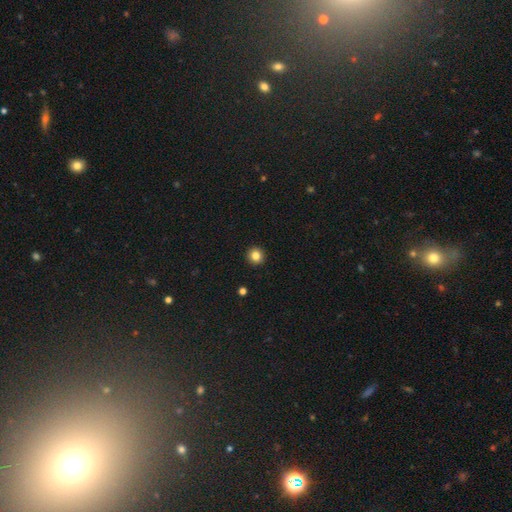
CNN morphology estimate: Q: Smooth or featured?
A: smooth (83%); runner-up: star or artifact (11%)
Q: How rounded?
A: round (94%); runner-up: in between (5%)
Q: Merging?
A: none (93%); runner-up: minor disturbance (4%)